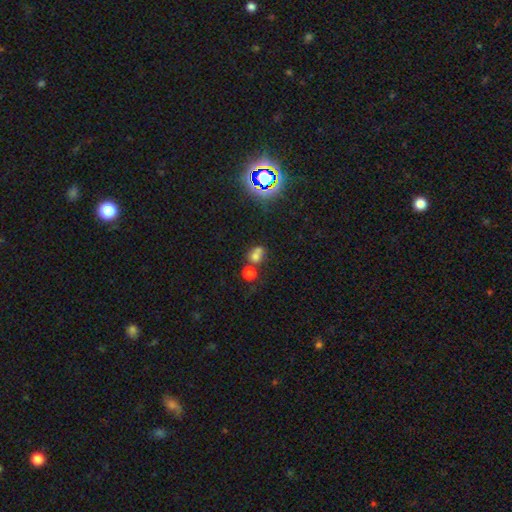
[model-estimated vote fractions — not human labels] Smooth or featured? Predicted: smooth (p=0.64). How rounded? Predicted: round (p=0.57). Merging? Predicted: merger (p=0.48).